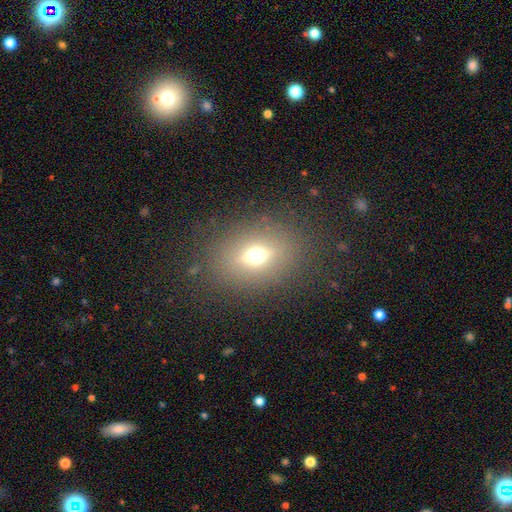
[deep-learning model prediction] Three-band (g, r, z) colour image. It shows a smooth galaxy with no disk features (46%). Merging: none (83%).